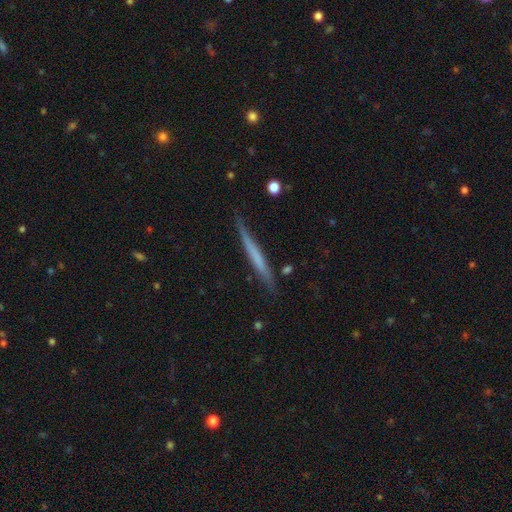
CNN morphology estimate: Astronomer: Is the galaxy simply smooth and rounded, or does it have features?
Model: featured or disk — 48% (runner-up: smooth, 46%).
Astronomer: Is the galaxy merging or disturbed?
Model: none — 82%.